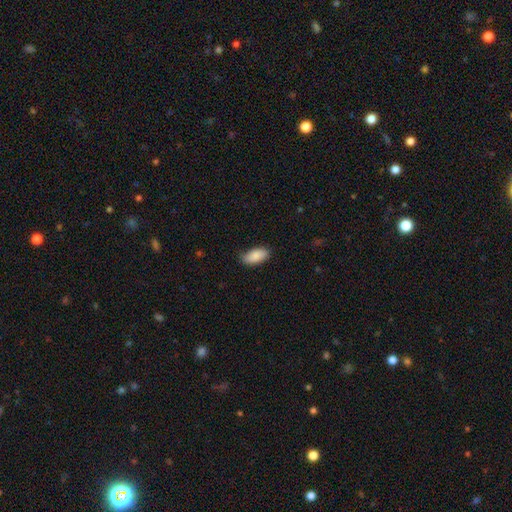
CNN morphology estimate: smooth-or-featured: smooth: 87% | featured or disk: 7% | star or artifact: 6%
  how-rounded: in between: 91% | cigar-shaped: 7% | round: 2%
  merging: none: 78% | minor disturbance: 18% | major disturbance: 3% | merger: 1%